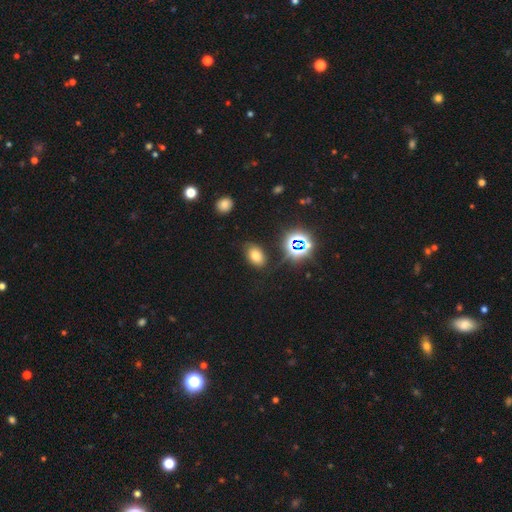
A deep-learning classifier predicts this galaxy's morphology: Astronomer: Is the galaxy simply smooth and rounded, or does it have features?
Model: smooth — 67%.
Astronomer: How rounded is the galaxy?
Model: in between — 85%.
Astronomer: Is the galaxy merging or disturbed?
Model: none — 82%.